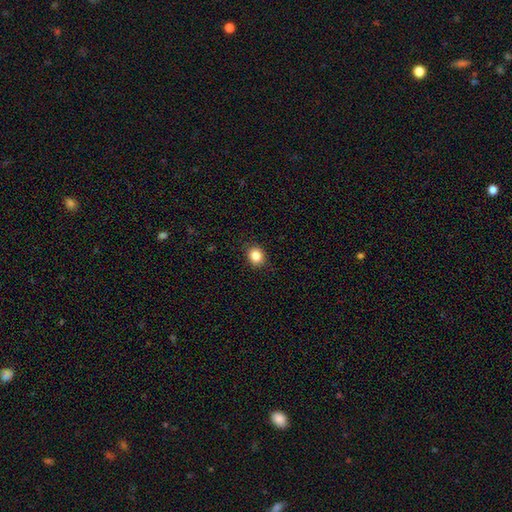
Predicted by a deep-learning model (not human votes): smooth 85%, star or artifact 10%, featured or disk 5%. Down the decision tree: how rounded — round (68%); merging — none (88%).